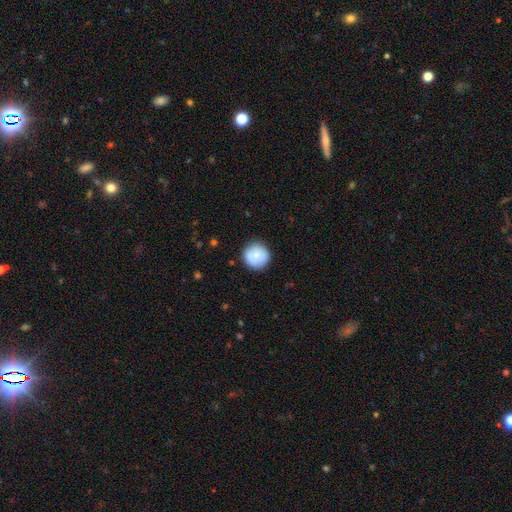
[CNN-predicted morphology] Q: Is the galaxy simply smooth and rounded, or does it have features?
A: smooth — 76%.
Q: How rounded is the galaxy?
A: round — 95%.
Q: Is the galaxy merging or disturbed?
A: none — 85%.